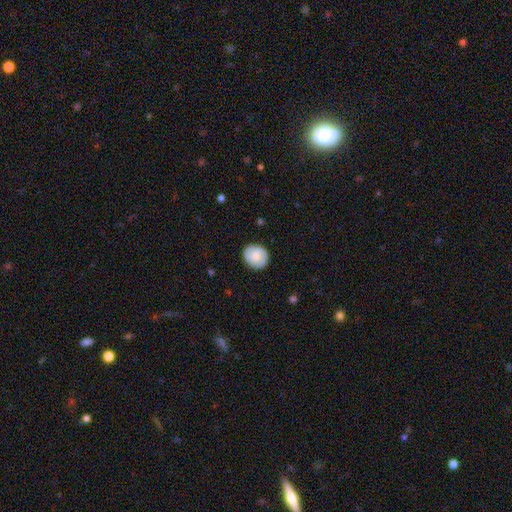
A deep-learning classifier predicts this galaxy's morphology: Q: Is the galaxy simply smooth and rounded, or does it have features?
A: featured or disk — 57%.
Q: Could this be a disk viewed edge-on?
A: no — 98%.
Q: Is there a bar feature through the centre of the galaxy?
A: no — 59%.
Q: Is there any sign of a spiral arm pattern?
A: yes — 90%.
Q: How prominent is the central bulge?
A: moderate — 41%.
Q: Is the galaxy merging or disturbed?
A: none — 84%.